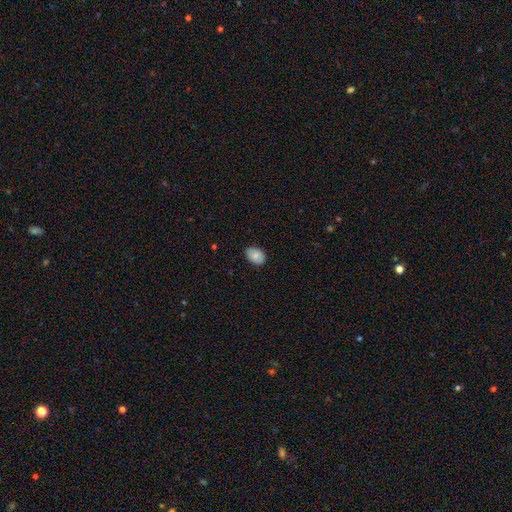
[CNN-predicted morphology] Smooth or featured? Predicted: smooth (p=0.79). How rounded? Predicted: in between (p=0.77). Merging? Predicted: none (p=0.83).